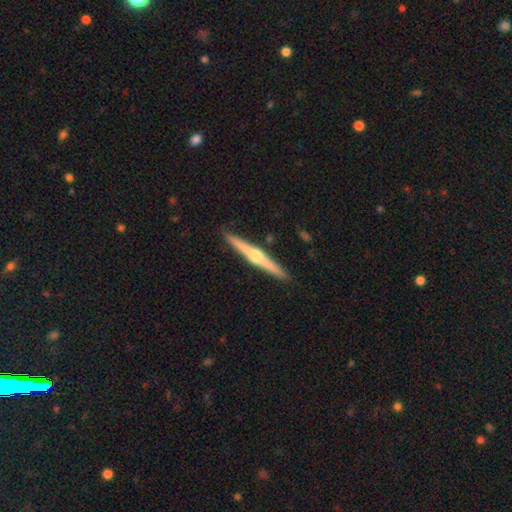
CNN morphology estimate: The model was most divided on "smooth or featured": featured or disk: 76%, smooth: 19%, star or artifact: 5%. More confident: edge-on disk — yes (98%); edge-on bulge — rounded (92%); merging — none (91%).